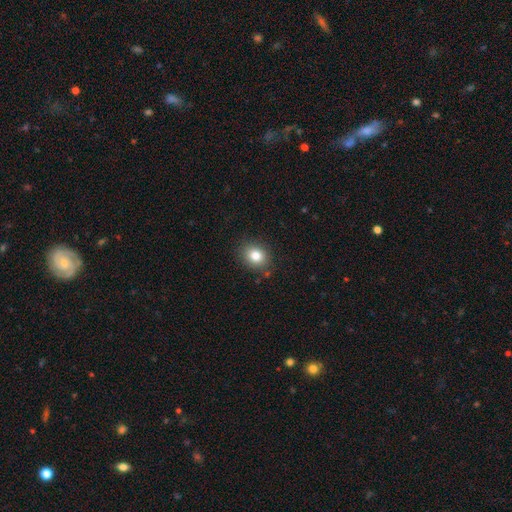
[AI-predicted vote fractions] Smooth or featured?
  - smooth: 81% *
  - star or artifact: 11%
  - featured or disk: 8%
How rounded?
  - round: 63% *
  - in between: 36%
  - cigar-shaped: 1%
Merging?
  - none: 85% *
  - minor disturbance: 10%
  - major disturbance: 3%
  - merger: 2%